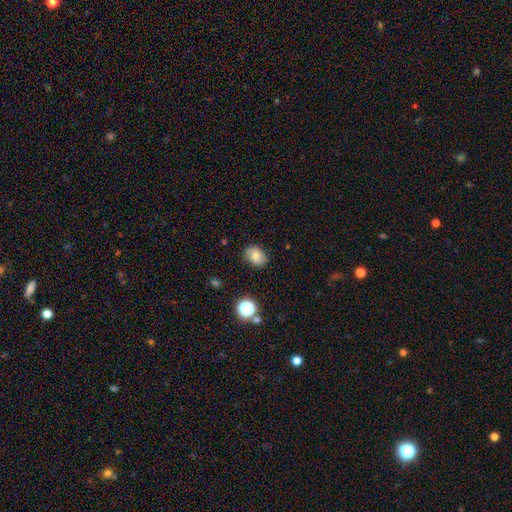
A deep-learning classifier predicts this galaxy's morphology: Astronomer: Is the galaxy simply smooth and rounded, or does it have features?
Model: smooth — 71%.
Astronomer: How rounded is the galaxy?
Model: in between — 65%.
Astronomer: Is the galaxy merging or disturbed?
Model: none — 82%.